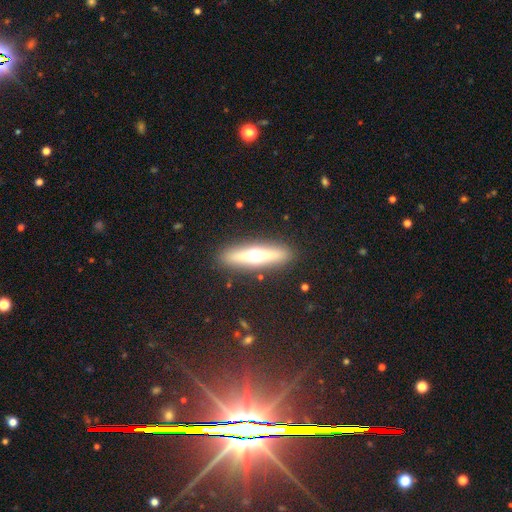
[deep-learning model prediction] Q: Smooth or featured?
A: featured or disk (59%); runner-up: smooth (34%)
Q: Edge-on disk?
A: yes (90%); runner-up: no (10%)
Q: Edge-on bulge?
A: rounded (95%); runner-up: boxy (3%)
Q: Merging?
A: none (89%); runner-up: minor disturbance (7%)